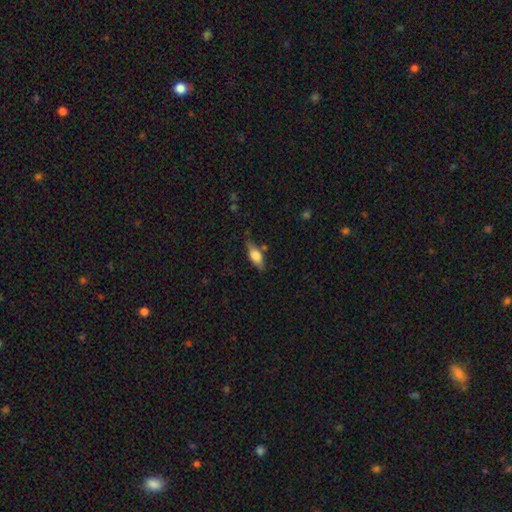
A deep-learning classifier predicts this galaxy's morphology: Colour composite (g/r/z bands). It shows a smooth galaxy with no disk features (64%) that is in between round and cigar-shaped (72%). Merging: none (70%).